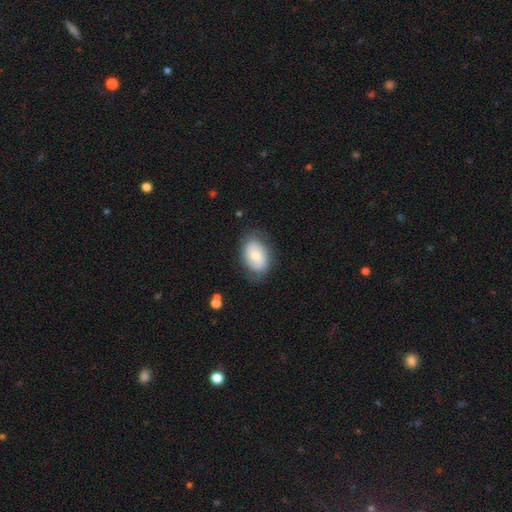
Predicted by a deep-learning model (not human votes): smooth_or_featured: smooth (p=0.60) [alt: featured or disk p=0.33]
how_rounded: in between (p=0.85) [alt: round p=0.14]
merging: none (p=0.72) [alt: minor disturbance p=0.20]